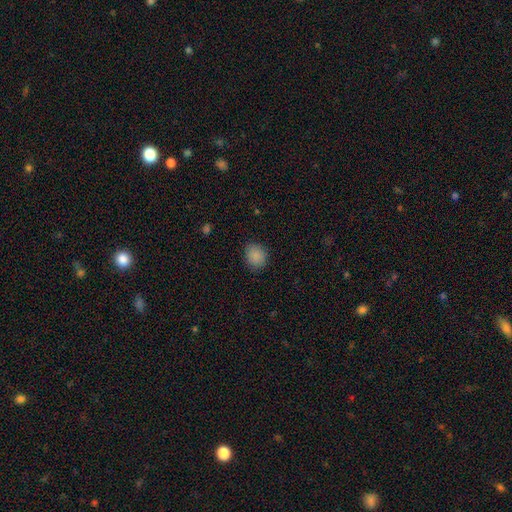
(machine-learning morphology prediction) The model was most divided on "how rounded": round: 66%, in between: 33%, cigar-shaped: 1%. More confident: smooth or featured — smooth (88%); merging — none (86%).